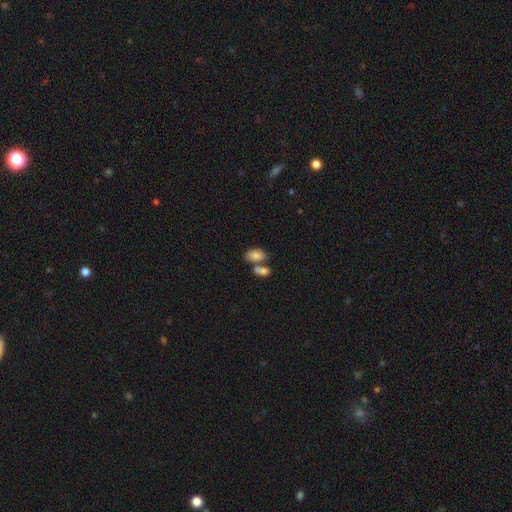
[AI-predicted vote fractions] smooth 82%, featured or disk 10%, star or artifact 8%. Down the decision tree: how rounded — in between (91%); merging — merger (47%).